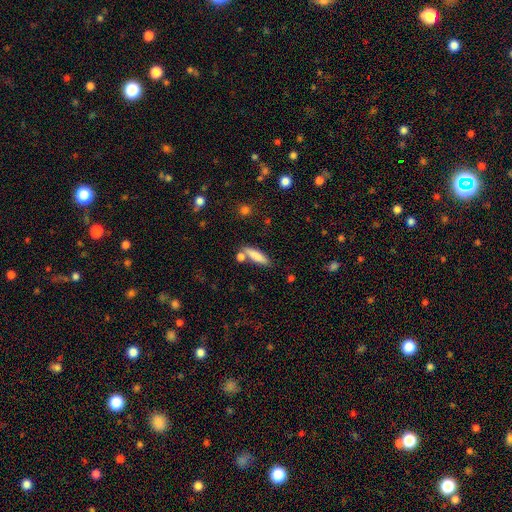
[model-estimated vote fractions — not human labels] A smooth galaxy with no disk features (76%) that is cigar-shaped (69%).

Vote fractions:
- Smooth or featured? smooth: 76% / featured or disk: 17% / star or artifact: 7%
- How rounded? cigar-shaped: 69% / in between: 29% / round: 2%
- Merging? none: 69% / merger: 15% / minor disturbance: 13% / major disturbance: 4%